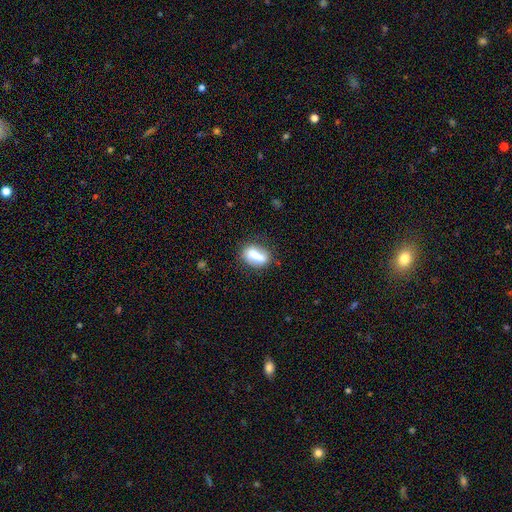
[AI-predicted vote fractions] Overall: smooth (70%). How rounded: in between (73%). Merging: none (71%).